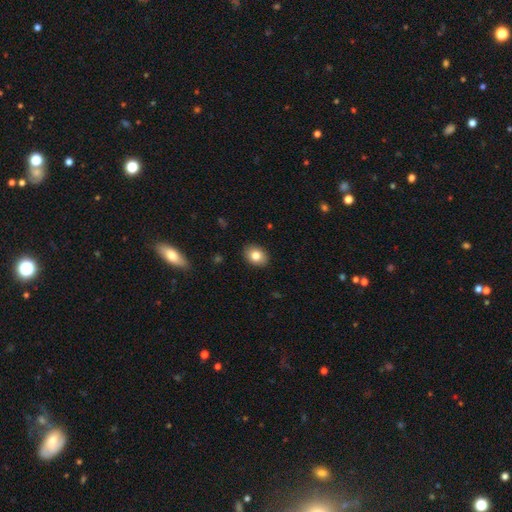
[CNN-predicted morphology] A smooth galaxy with no disk features (81%) that is in between round and cigar-shaped (63%).

Vote fractions:
- Smooth or featured? smooth: 81% / featured or disk: 10% / star or artifact: 9%
- How rounded? in between: 63% / round: 36% / cigar-shaped: 1%
- Merging? none: 89% / minor disturbance: 8% / major disturbance: 2% / merger: 1%